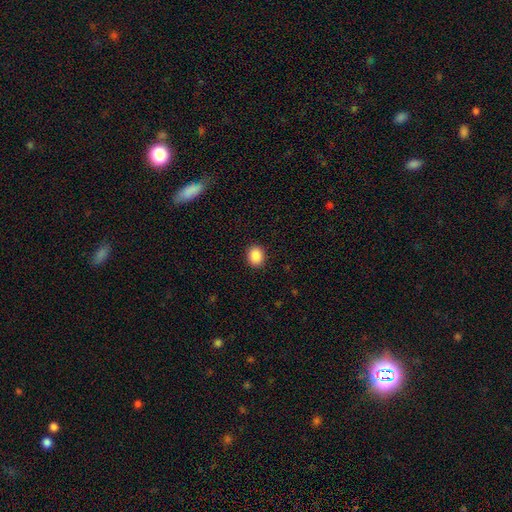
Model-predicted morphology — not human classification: Overall: smooth (89%). How rounded: round (59%; in between 40%). Merging: none (91%).